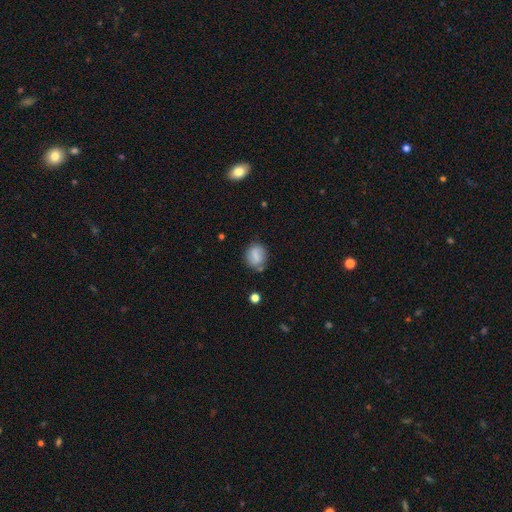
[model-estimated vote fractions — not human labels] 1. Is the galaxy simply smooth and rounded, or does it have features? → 74% smooth, 17% featured or disk, 9% star or artifact.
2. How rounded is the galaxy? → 56% round, 42% in between, 2% cigar-shaped.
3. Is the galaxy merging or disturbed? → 70% none, 20% minor disturbance, 5% major disturbance, 5% merger.